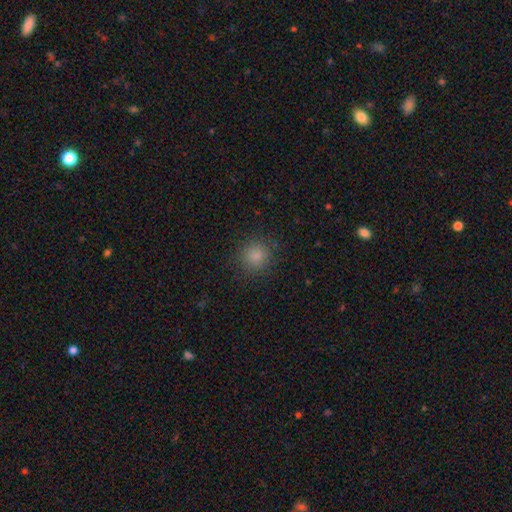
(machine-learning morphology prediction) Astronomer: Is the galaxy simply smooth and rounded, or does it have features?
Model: smooth — 83%.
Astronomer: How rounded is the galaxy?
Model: round — 91%.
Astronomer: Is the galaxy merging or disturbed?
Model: none — 88%.